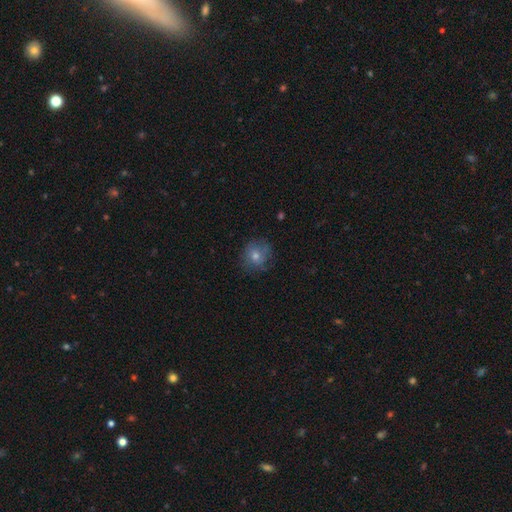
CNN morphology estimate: smooth_or_featured: smooth (p=0.50) [alt: featured or disk p=0.35]
how_rounded: round (p=0.86) [alt: in between p=0.13]
merging: none (p=0.76) [alt: minor disturbance p=0.16]